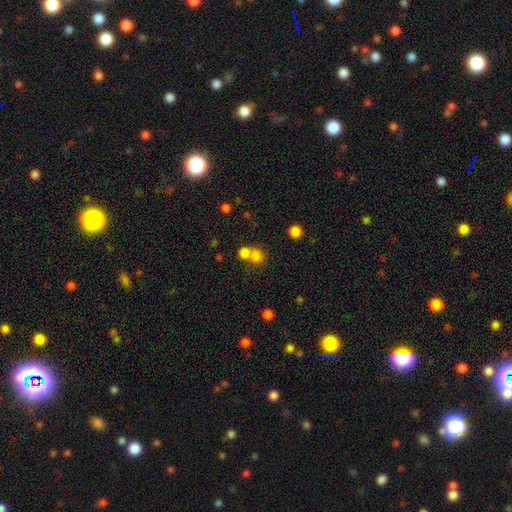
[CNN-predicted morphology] smooth 77%, star or artifact 15%, featured or disk 9%. Down the decision tree: how rounded — round (81%); merging — merger (49%).